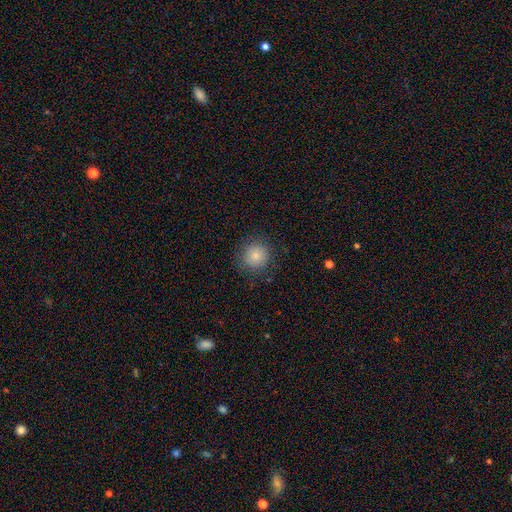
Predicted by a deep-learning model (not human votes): smooth-or-featured: smooth: 83% | star or artifact: 10% | featured or disk: 7%
  how-rounded: round: 93% | in between: 6% | cigar-shaped: 1%
  merging: none: 87% | minor disturbance: 9% | major disturbance: 3% | merger: 1%